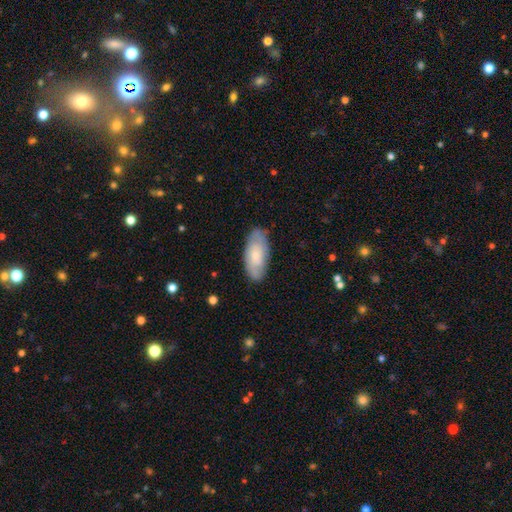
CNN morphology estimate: smooth-or-featured: smooth: 57% | featured or disk: 37% | star or artifact: 6%
  how-rounded: in between: 88% | cigar-shaped: 10% | round: 2%
  merging: none: 80% | minor disturbance: 15% | major disturbance: 3% | merger: 1%